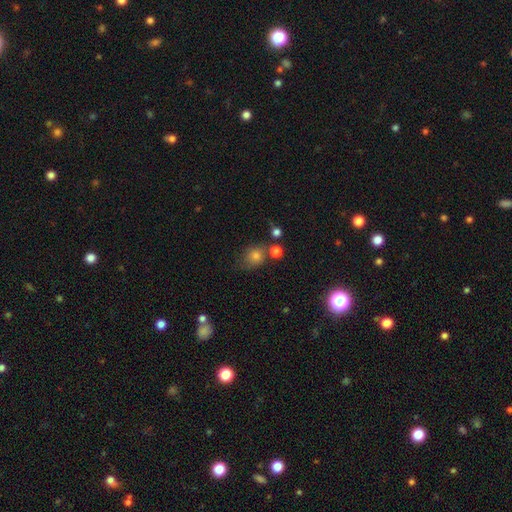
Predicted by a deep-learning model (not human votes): Overall: smooth (77%). How rounded: round (69%; in between 30%). Merging: none (59%).